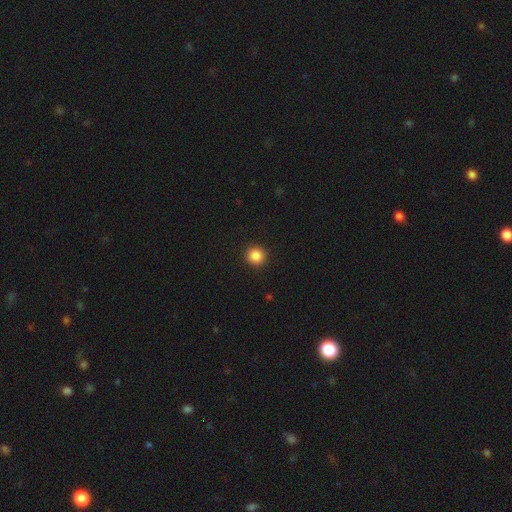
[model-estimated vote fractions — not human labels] A smooth galaxy with no disk features (86%) that is round (94%). Merging: none (93%).